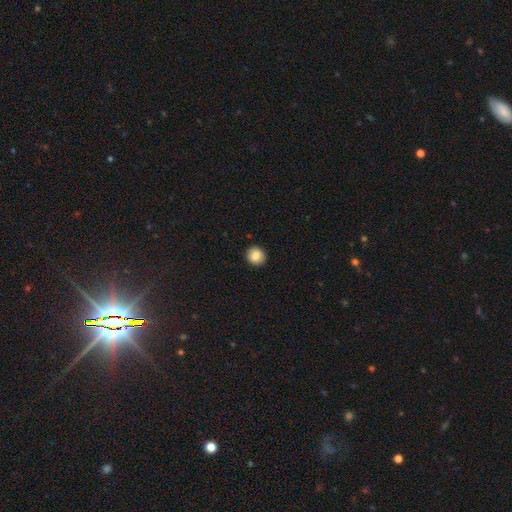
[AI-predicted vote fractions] A smooth galaxy with no disk features (85%) that is round (90%).

Vote fractions:
- Smooth or featured? smooth: 85% / star or artifact: 9% / featured or disk: 6%
- How rounded? round: 90% / in between: 9% / cigar-shaped: 1%
- Merging? none: 91% / minor disturbance: 6% / major disturbance: 2% / merger: 1%